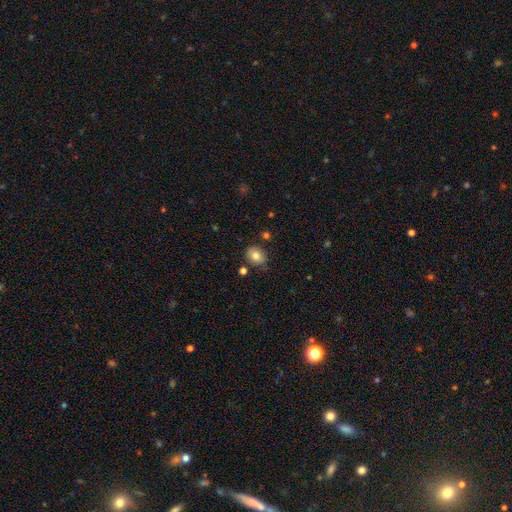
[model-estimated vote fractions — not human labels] Morphology: type=smooth (79%); roundness=round (59%); merging=none (77%).